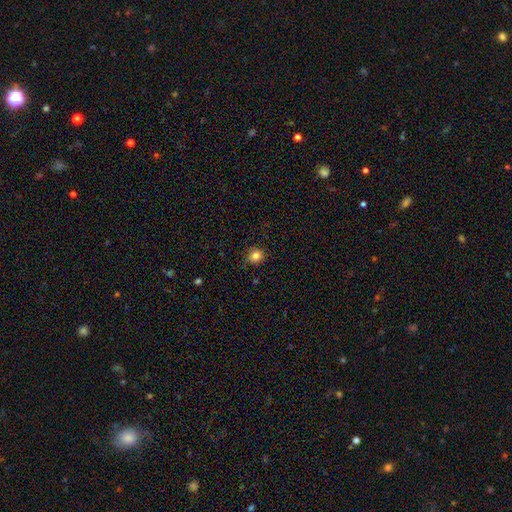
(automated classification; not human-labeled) This appears to be a smooth galaxy with no disk features (83%) that is round (86%). Merging: none (82%).